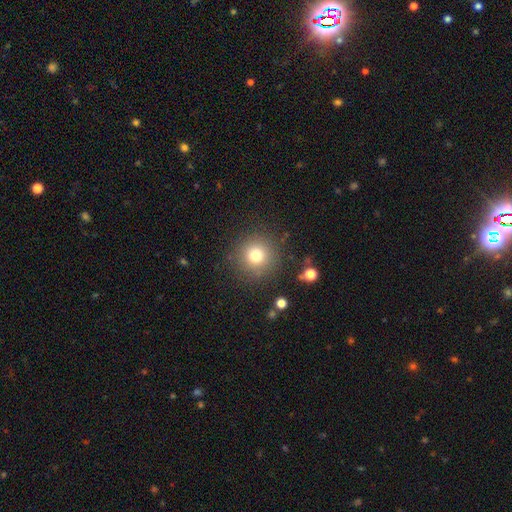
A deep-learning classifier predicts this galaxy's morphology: Smooth or featured? smooth (77%)
How rounded? round (95%)
Merging? none (88%)